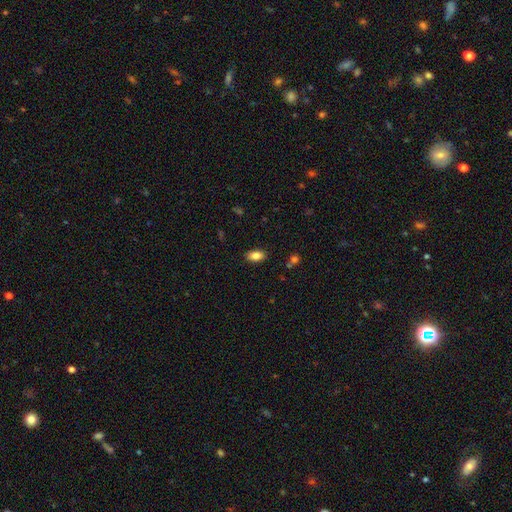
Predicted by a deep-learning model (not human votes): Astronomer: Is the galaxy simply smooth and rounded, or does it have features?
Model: smooth — 84%.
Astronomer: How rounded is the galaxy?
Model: in between — 90%.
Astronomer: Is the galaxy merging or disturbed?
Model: none — 86%.